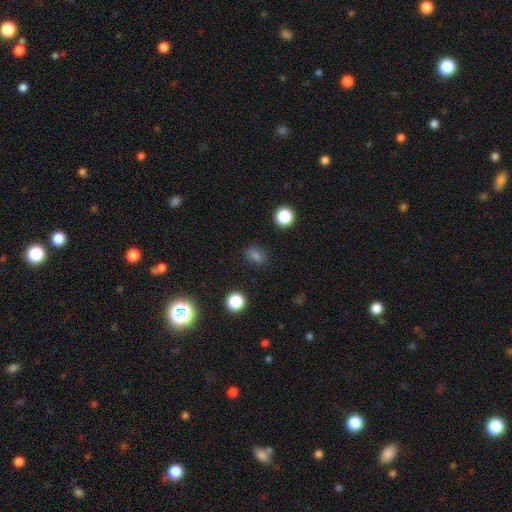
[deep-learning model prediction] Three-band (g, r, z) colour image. It shows a smooth galaxy with no disk features (76%) that is in between round and cigar-shaped (65%). Merging: none (84%).